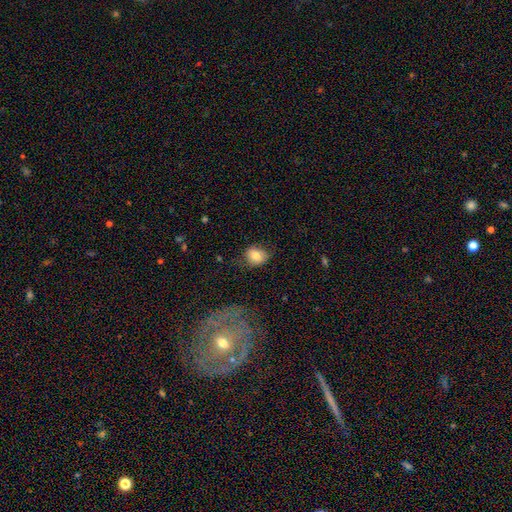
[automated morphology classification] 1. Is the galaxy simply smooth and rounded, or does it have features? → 77% smooth, 14% featured or disk, 9% star or artifact.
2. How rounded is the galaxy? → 55% round, 44% in between, 1% cigar-shaped.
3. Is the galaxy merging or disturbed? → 67% none, 23% minor disturbance, 8% major disturbance, 2% merger.